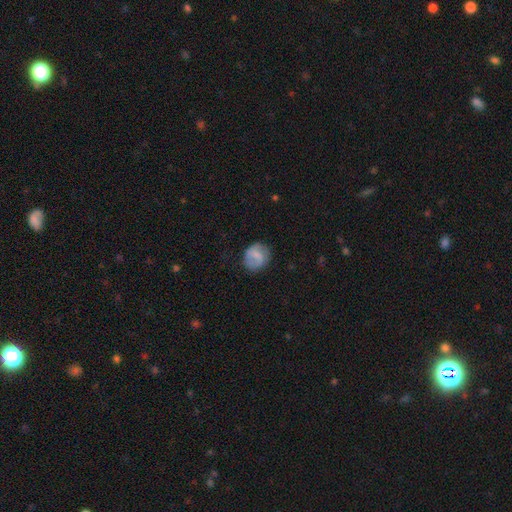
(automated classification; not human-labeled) This is possibly a smooth galaxy (58%). How rounded: likely round (71%). Merging: likely none (74%).